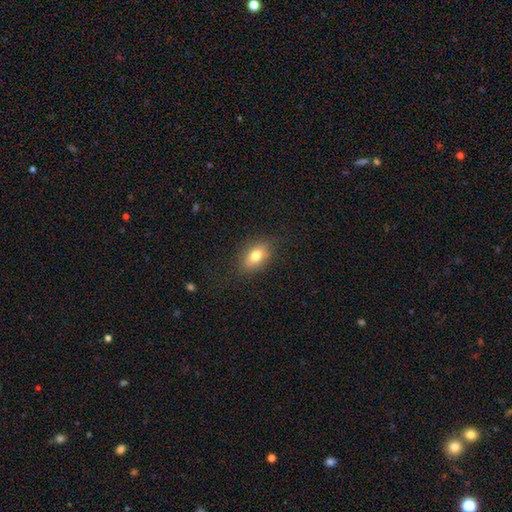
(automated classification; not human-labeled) A smooth galaxy with no disk features (77%) that is in between round and cigar-shaped (82%).

Vote fractions:
- Smooth or featured? smooth: 77% / featured or disk: 13% / star or artifact: 9%
- How rounded? in between: 82% / round: 15% / cigar-shaped: 3%
- Merging? none: 82% / minor disturbance: 13% / major disturbance: 4% / merger: 1%